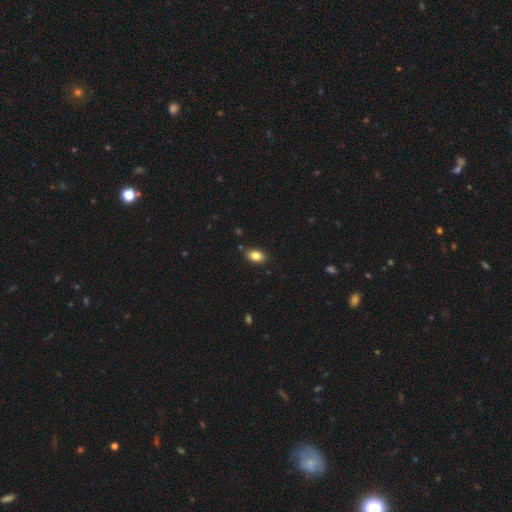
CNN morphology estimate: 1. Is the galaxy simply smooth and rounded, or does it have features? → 85% smooth, 9% star or artifact, 7% featured or disk.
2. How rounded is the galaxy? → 87% in between, 11% round, 2% cigar-shaped.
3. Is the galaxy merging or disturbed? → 85% none, 11% minor disturbance, 2% major disturbance, 2% merger.